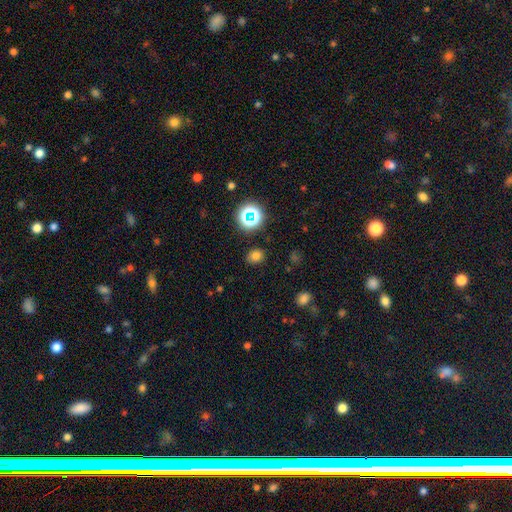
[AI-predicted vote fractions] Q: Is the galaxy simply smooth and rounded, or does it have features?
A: smooth — 73%.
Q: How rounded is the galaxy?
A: round — 58%.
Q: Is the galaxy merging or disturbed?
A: none — 86%.